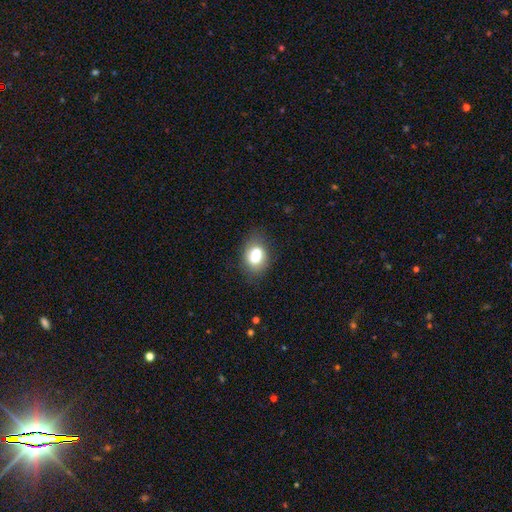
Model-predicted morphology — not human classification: A smooth galaxy with no disk features (76%) that is in between round and cigar-shaped (72%). Merging: none (68%).